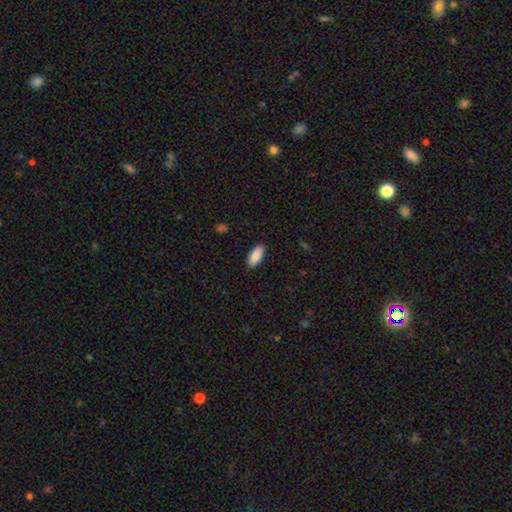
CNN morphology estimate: Smooth or featured? smooth (90%)
How rounded? in between (86%)
Merging? none (90%)